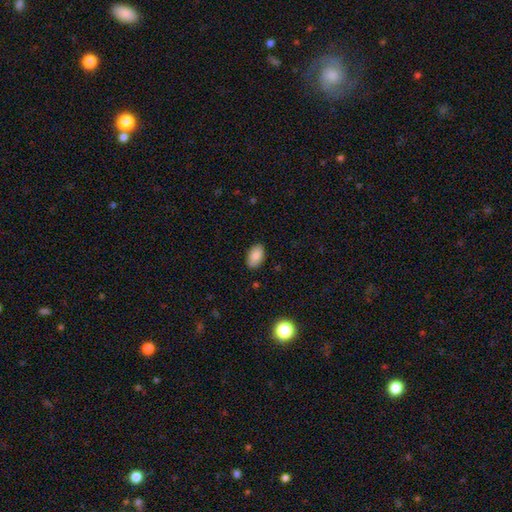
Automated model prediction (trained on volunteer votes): Smooth or featured?
  - smooth: 86% *
  - star or artifact: 7%
  - featured or disk: 7%
How rounded?
  - in between: 93% *
  - round: 6%
  - cigar-shaped: 1%
Merging?
  - none: 87% *
  - minor disturbance: 10%
  - major disturbance: 2%
  - merger: 1%